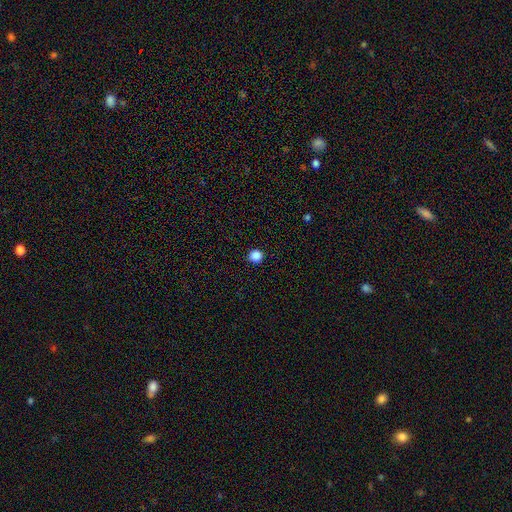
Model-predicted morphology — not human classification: The model was most divided on "smooth or featured": smooth: 87%, star or artifact: 11%, featured or disk: 2%. More confident: how rounded — round (95%); merging — none (93%).